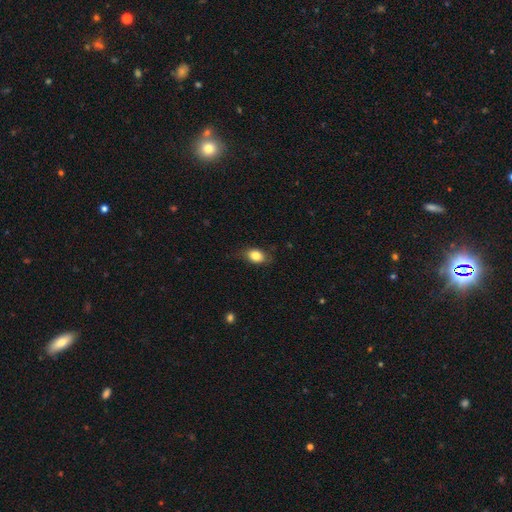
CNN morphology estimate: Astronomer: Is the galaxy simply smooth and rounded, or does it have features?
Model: smooth — 81%.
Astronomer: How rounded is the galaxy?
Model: in between — 77%.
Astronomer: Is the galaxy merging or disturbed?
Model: none — 73%.